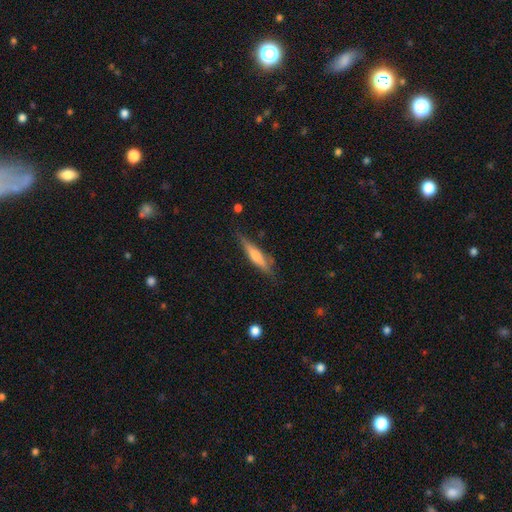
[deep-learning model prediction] Q: Smooth or featured?
A: featured or disk (51%); runner-up: smooth (43%)
Q: Edge-on disk?
A: yes (93%); runner-up: no (7%)
Q: Merging?
A: none (78%); runner-up: minor disturbance (17%)